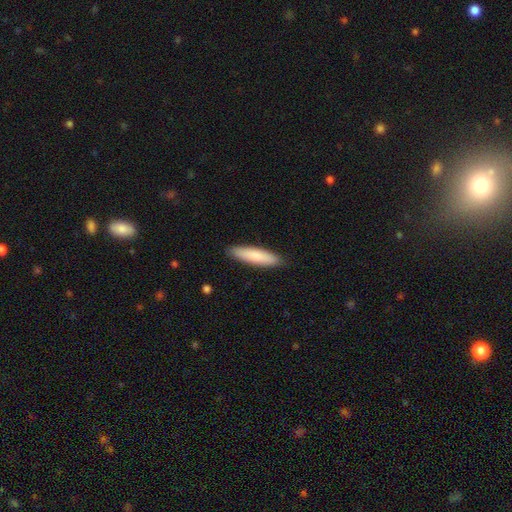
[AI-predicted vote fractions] A smooth galaxy with no disk features (82%) that is cigar-shaped (77%). Merging: none (89%).